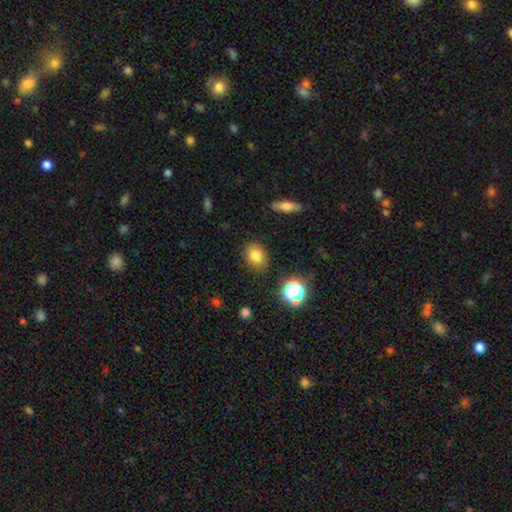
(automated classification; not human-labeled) smooth 78%, star or artifact 14%, featured or disk 8%. Down the decision tree: how rounded — in between (55%); merging — none (83%).